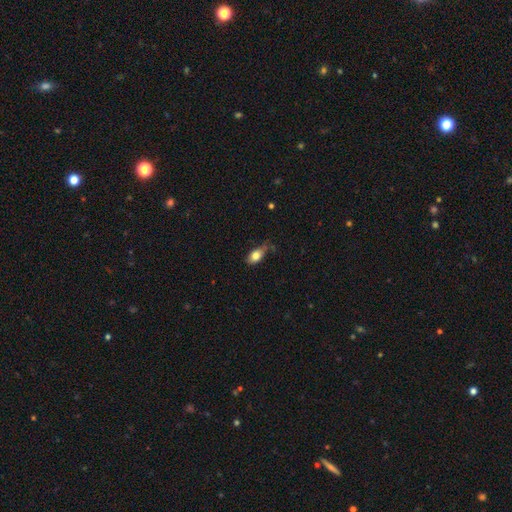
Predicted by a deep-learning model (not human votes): Smooth or featured? smooth (79%)
How rounded? in between (86%)
Merging? none (49%)